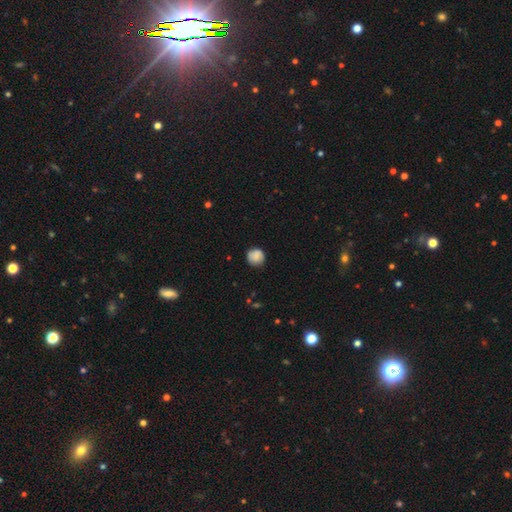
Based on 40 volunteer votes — Smooth or featured?
  - smooth: 88% *
  - featured or disk: 10%
  - star or artifact: 2%
How rounded?
  - round: 100% *
  - in between: 0%
  - cigar-shaped: 0%
Merging?
  - none: 69% *
  - minor disturbance: 28%
  - major disturbance: 3%
  - merger: 0%